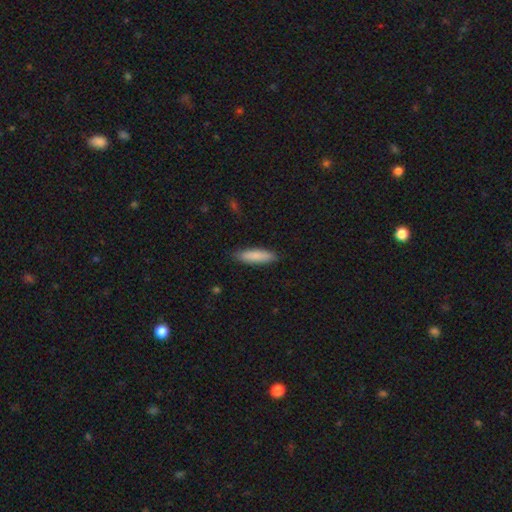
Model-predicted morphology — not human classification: A smooth galaxy with no disk features (85%) that is cigar-shaped (61%).

Vote fractions:
- Smooth or featured? smooth: 85% / featured or disk: 9% / star or artifact: 6%
- How rounded? cigar-shaped: 61% / in between: 37% / round: 2%
- Merging? none: 86% / minor disturbance: 11% / major disturbance: 2% / merger: 1%